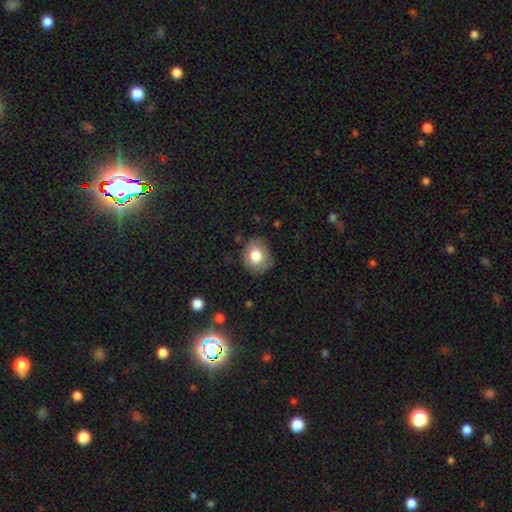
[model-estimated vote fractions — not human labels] Smooth or featured: smooth — 73% (featured or disk — 19%)
How rounded: round — 50% (in between — 49%)
Merging: none — 77% (minor disturbance — 17%)